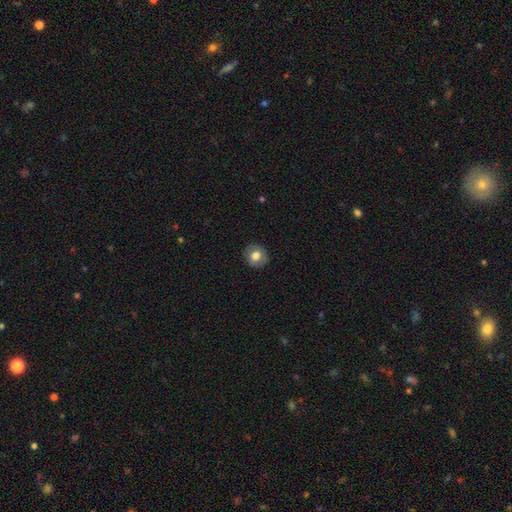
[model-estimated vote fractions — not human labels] This appears to be a smooth galaxy with no disk features (73%) that is round (83%). Merging: none (87%).